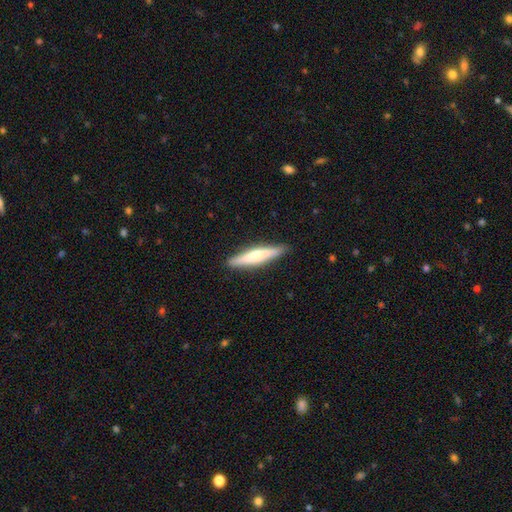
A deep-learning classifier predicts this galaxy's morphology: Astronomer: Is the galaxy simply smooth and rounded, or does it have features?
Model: smooth — 57% (runner-up: featured or disk, 38%).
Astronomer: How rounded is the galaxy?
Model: cigar-shaped — 88%.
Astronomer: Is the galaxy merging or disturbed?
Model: none — 89%.